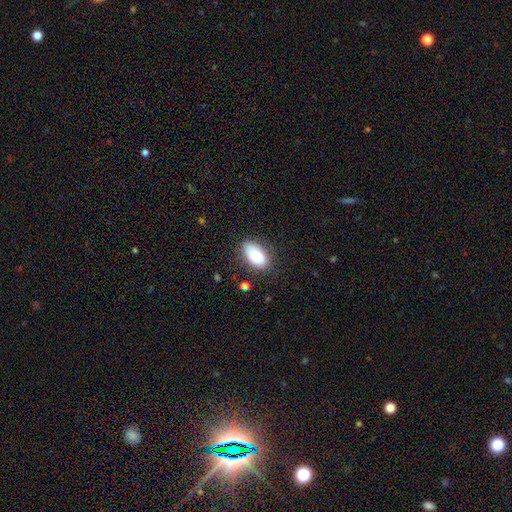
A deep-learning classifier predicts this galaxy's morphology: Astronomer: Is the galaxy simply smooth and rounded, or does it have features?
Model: smooth — 85%.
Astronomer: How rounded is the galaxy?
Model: in between — 93%.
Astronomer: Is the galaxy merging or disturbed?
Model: none — 78%.